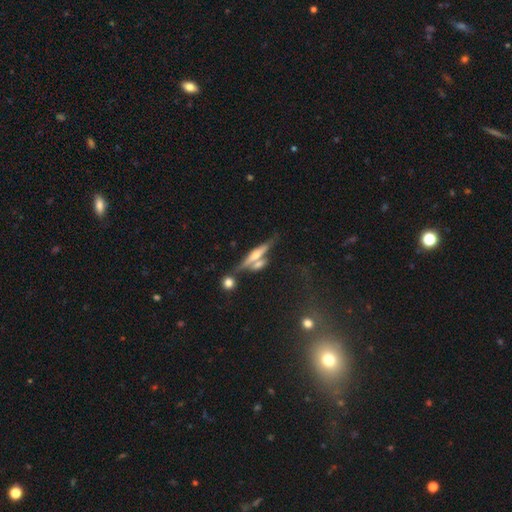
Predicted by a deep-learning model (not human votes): This appears to be a featured or disk galaxy (62%) viewed edge-on (89%) with a rounded central bulge (72%). Merging: none (49%).